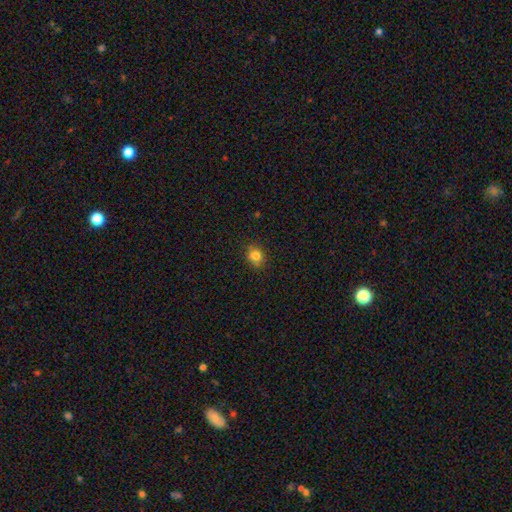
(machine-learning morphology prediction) Smooth or featured? Predicted: smooth (p=0.79). How rounded? Predicted: round (p=0.75). Merging? Predicted: none (p=0.77).